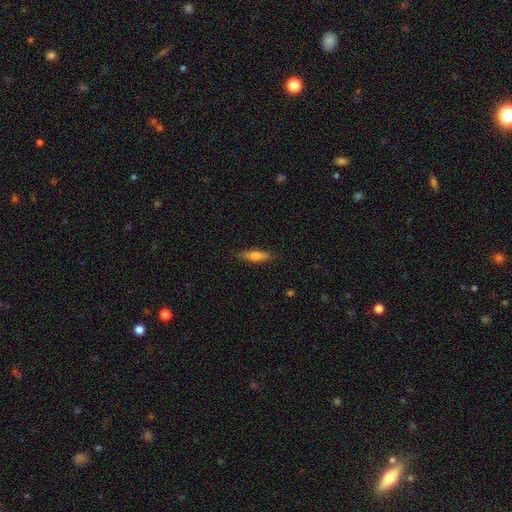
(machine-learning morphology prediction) smooth_or_featured: smooth (p=0.67) [alt: featured or disk p=0.27]
how_rounded: cigar-shaped (p=0.67) [alt: in between p=0.31]
merging: none (p=0.86) [alt: minor disturbance p=0.11]